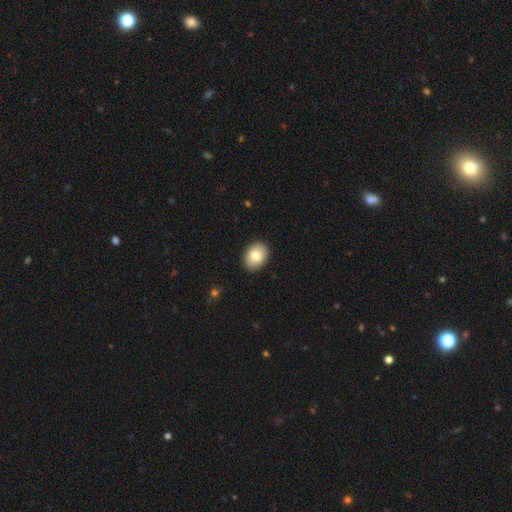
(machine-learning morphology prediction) type=smooth (81%); roundness=in between (66%); merging=none (90%).